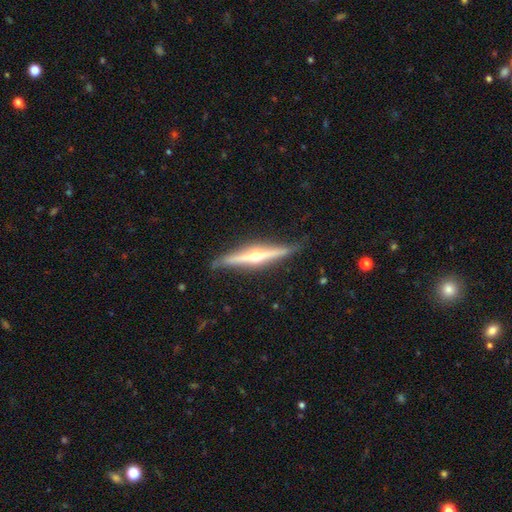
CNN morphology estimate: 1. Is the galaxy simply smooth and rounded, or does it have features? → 81% featured or disk, 15% smooth, 5% star or artifact.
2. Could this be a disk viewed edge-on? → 97% yes, 3% no.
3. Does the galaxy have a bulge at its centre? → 94% rounded, 3% none, 2% boxy.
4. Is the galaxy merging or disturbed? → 85% none, 11% minor disturbance, 2% major disturbance, 1% merger.